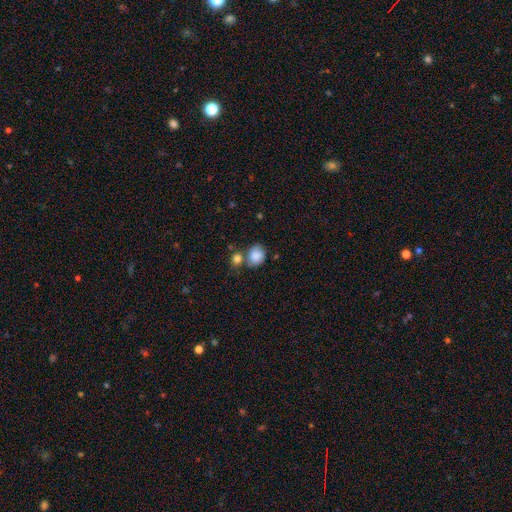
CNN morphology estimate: The model was most divided on "merging": none: 51%, merger: 25%, minor disturbance: 17%, major disturbance: 6%. More confident: smooth or featured — smooth (84%); how rounded — round (67%).